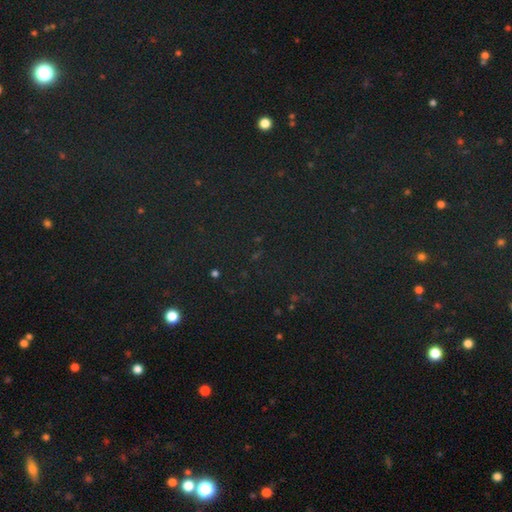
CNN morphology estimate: type=star or artifact (81%).